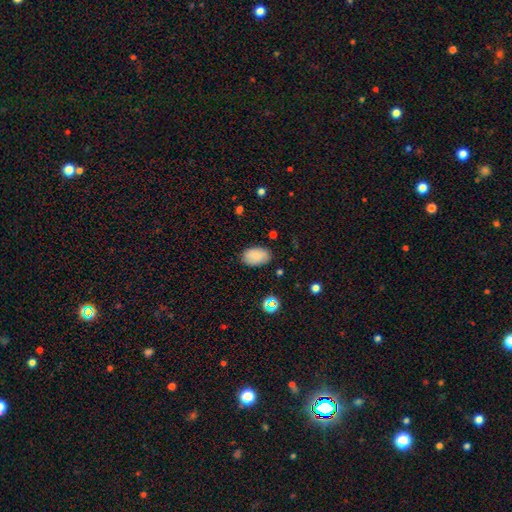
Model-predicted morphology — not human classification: smooth-or-featured: smooth: 86% | star or artifact: 9% | featured or disk: 5%
  how-rounded: in between: 91% | round: 8% | cigar-shaped: 1%
  merging: none: 84% | minor disturbance: 12% | major disturbance: 3% | merger: 1%